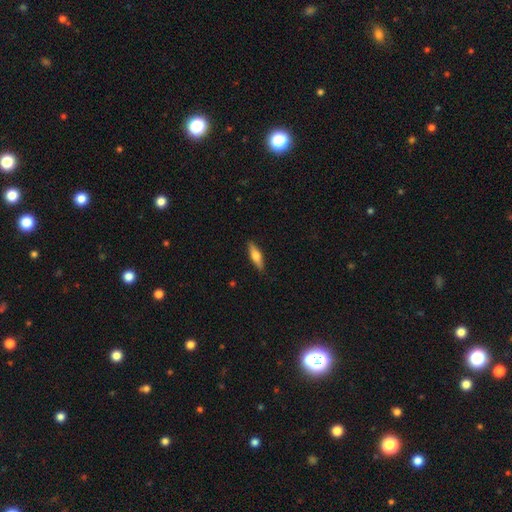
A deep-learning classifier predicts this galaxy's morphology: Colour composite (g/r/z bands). It shows a smooth galaxy with no disk features (52%) that is cigar-shaped (61%). Merging: none (88%).